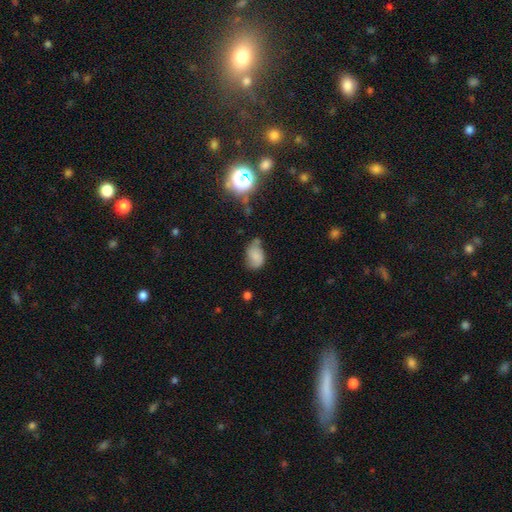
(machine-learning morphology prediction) Smooth or featured?
  - smooth: 63% *
  - featured or disk: 24%
  - star or artifact: 13%
How rounded?
  - in between: 83% *
  - round: 15%
  - cigar-shaped: 1%
Merging?
  - none: 49% *
  - minor disturbance: 34%
  - major disturbance: 11%
  - merger: 6%